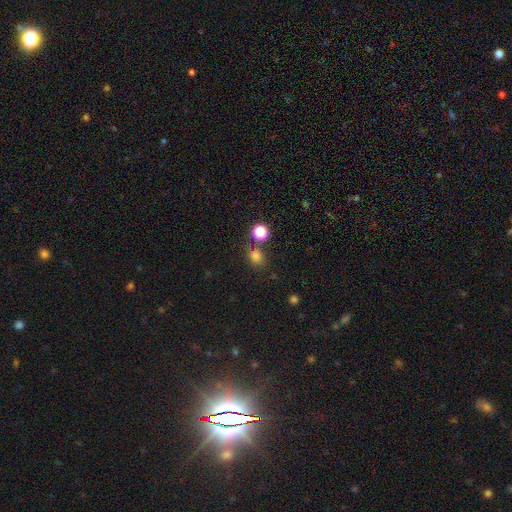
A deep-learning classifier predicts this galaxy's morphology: smooth-or-featured: smooth: 77% | star or artifact: 18% | featured or disk: 6%
  how-rounded: round: 68% | in between: 31% | cigar-shaped: 1%
  merging: none: 69% | merger: 15% | minor disturbance: 12% | major disturbance: 4%